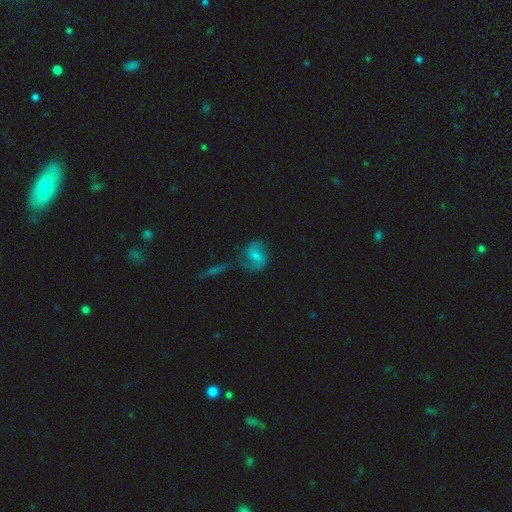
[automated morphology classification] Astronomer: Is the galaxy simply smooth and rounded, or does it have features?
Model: featured or disk — 53% (runner-up: smooth, 35%).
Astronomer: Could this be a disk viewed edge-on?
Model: no — 95%.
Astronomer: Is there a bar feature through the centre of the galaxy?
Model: weak — 49% (runner-up: no, 35%).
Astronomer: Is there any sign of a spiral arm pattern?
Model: yes — 85%.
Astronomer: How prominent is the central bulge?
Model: small — 43% (runner-up: moderate, 40%).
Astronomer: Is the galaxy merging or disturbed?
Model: none — 62%.